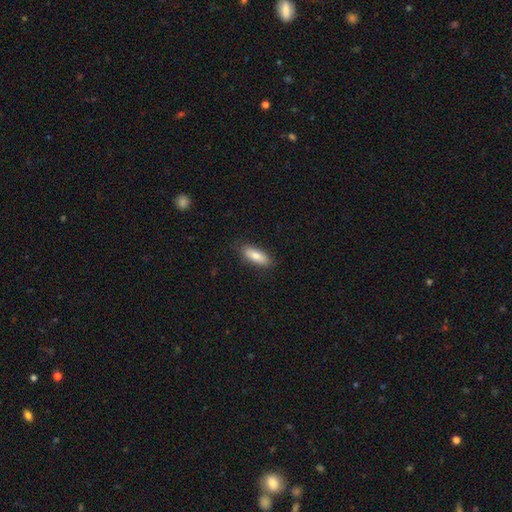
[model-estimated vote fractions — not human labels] A smooth galaxy with no disk features (81%) that is in between round and cigar-shaped (72%). Merging: none (85%).